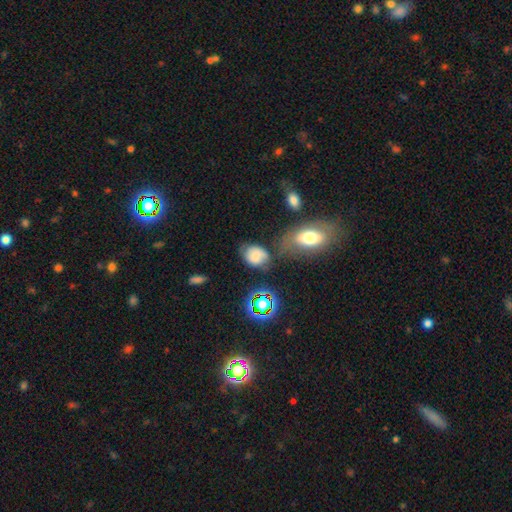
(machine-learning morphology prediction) smooth 58%, featured or disk 26%, star or artifact 16%. Down the decision tree: how rounded — in between (60%); merging — none (48%).